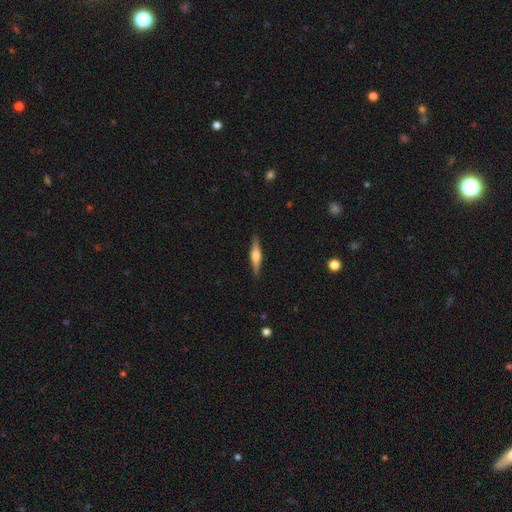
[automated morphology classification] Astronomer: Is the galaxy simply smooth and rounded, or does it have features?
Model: featured or disk — 67%.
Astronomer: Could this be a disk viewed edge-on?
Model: yes — 97%.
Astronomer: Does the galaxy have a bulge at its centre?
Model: rounded — 84%.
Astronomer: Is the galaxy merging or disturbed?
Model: none — 89%.